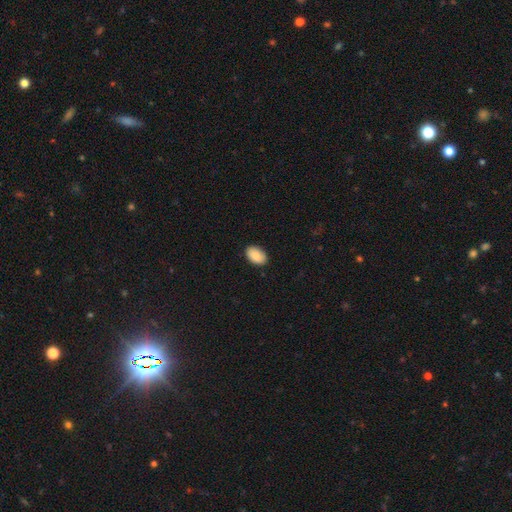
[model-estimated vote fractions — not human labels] This is clearly a smooth galaxy (89%). How rounded: clearly in between (90%). Merging: clearly none (89%).